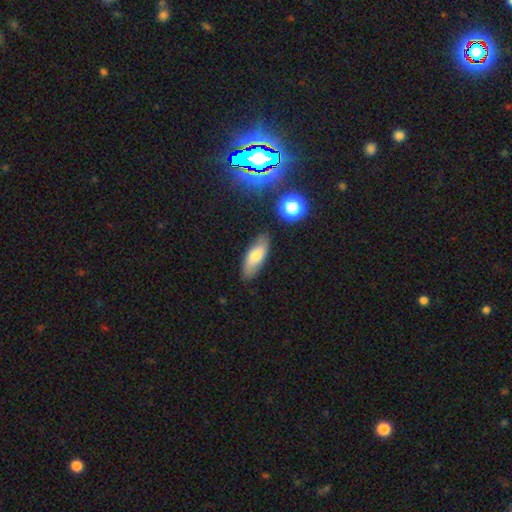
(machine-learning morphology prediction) smooth 70%, featured or disk 22%, star or artifact 9%. Down the decision tree: how rounded — in between (74%); merging — none (82%).